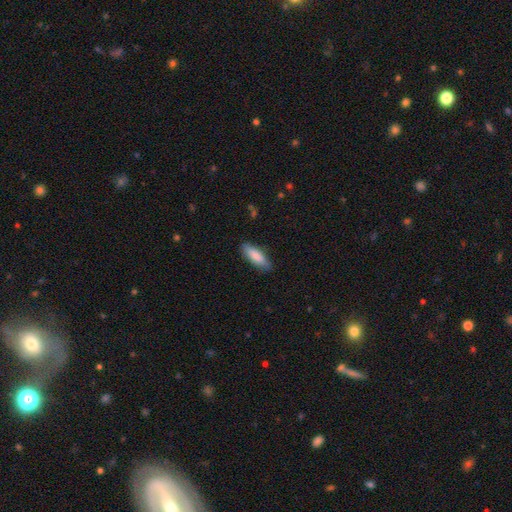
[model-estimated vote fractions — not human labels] A smooth galaxy with no disk features (85%) that is in between round and cigar-shaped (60%).

Vote fractions:
- Smooth or featured? smooth: 85% / featured or disk: 9% / star or artifact: 6%
- How rounded? in between: 60% / cigar-shaped: 38% / round: 2%
- Merging? none: 83% / minor disturbance: 13% / major disturbance: 3% / merger: 1%